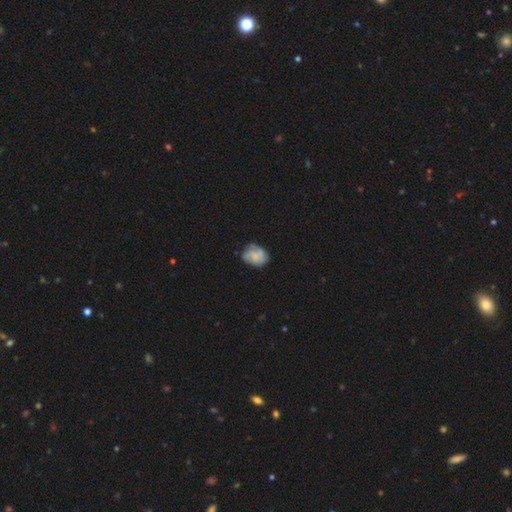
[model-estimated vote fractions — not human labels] This appears to be a featured or disk galaxy (49%). Merging: none (65%).